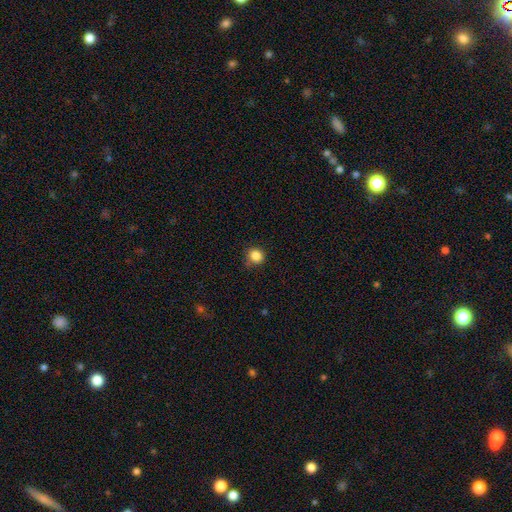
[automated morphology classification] Smooth or featured? Predicted: smooth (p=0.85). How rounded? Predicted: round (p=0.88). Merging? Predicted: none (p=0.81).